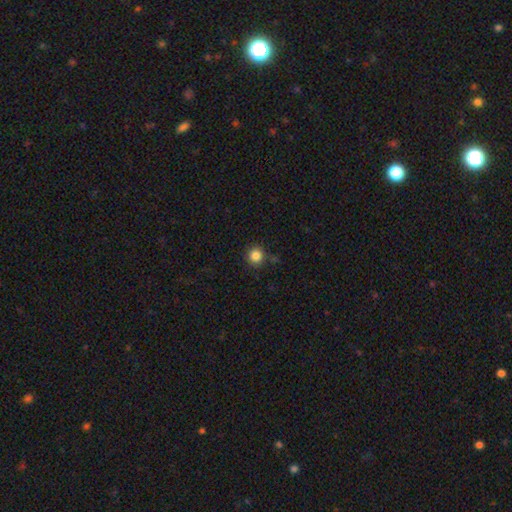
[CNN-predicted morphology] A smooth galaxy with no disk features (85%) that is round (94%). Merging: none (87%).